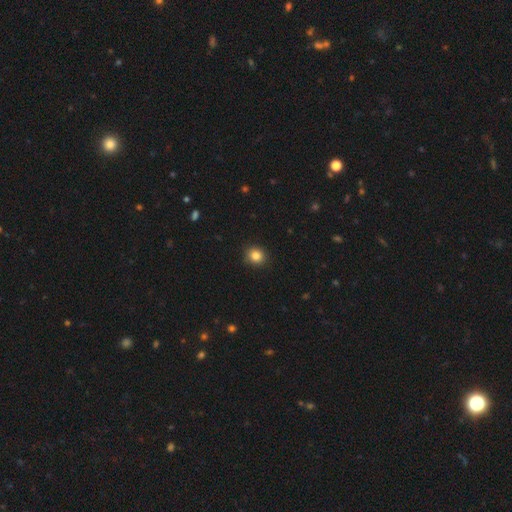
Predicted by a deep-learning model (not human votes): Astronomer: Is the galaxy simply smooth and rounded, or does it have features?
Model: smooth — 84%.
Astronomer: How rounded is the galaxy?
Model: round — 85%.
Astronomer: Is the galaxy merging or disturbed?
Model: none — 90%.